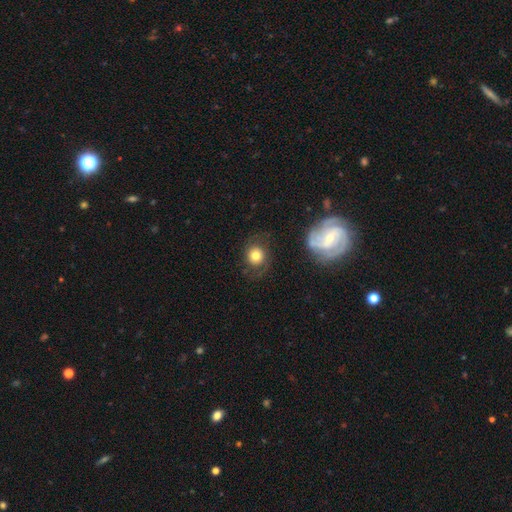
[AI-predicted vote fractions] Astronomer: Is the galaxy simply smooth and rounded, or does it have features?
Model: smooth — 63%.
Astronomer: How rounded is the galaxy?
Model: round — 80%.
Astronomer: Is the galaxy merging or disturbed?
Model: none — 68%.